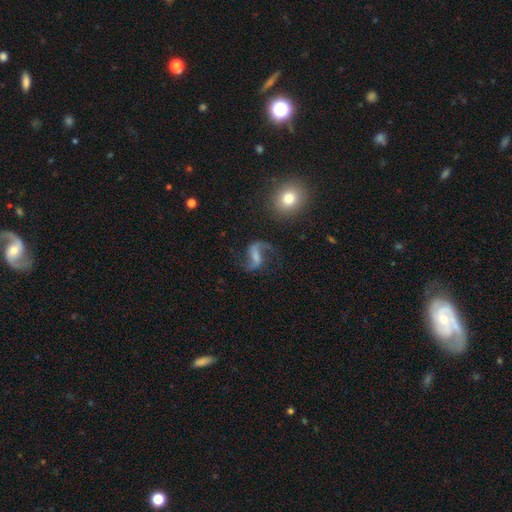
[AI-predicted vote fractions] Smooth or featured? Predicted: featured or disk (p=0.85). Edge-on disk? Predicted: no (p=0.98). Bar? Predicted: weak (p=0.40). Spiral arms? Predicted: yes (p=0.96). Spiral winding? Predicted: loose (p=0.83). Spiral arm count? Predicted: 2 (p=0.93). Bulge size? Predicted: none (p=0.45). Merging? Predicted: none (p=0.71).